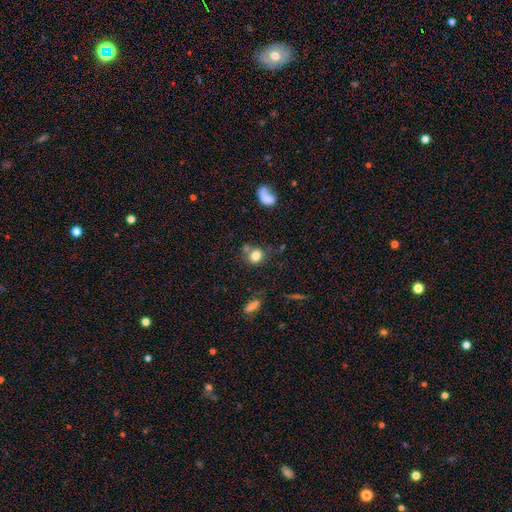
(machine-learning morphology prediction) smooth 79%, star or artifact 12%, featured or disk 9%. Down the decision tree: how rounded — round (61%); merging — none (57%).